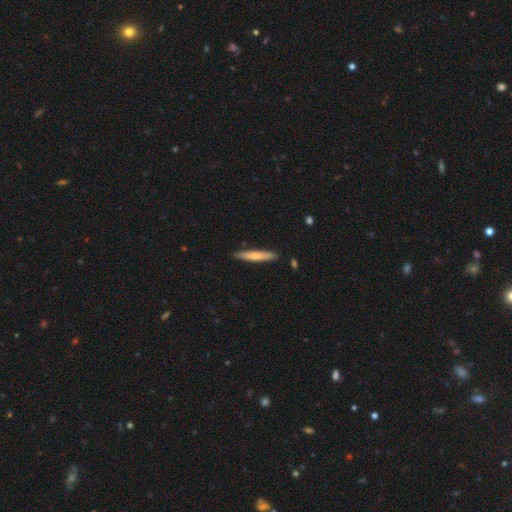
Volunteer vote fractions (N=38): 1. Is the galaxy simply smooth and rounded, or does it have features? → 50% smooth, 42% featured or disk, 8% star or artifact.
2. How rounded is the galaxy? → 84% cigar-shaped, 16% in between, 0% round.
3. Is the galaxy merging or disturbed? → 86% none, 11% minor disturbance, 3% major disturbance, 0% merger.